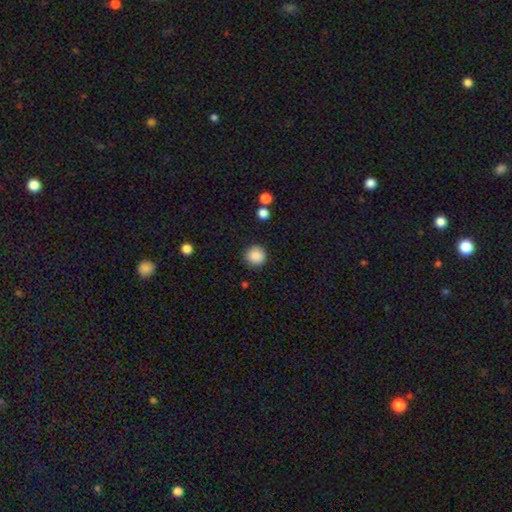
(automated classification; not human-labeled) Smooth or featured? smooth (88%)
How rounded? round (94%)
Merging? none (90%)